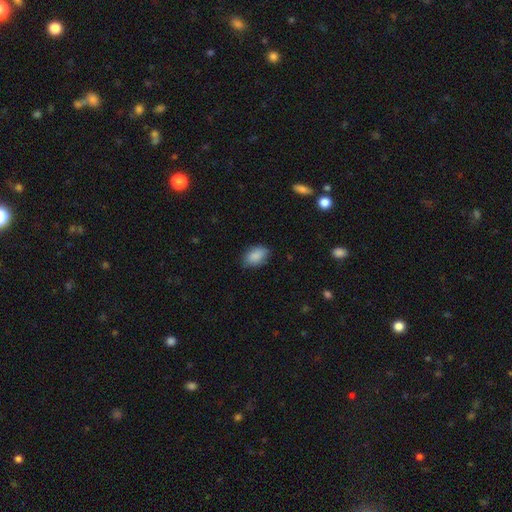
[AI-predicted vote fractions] Q: Smooth or featured?
A: smooth (89%); runner-up: star or artifact (7%)
Q: How rounded?
A: in between (90%); runner-up: round (9%)
Q: Merging?
A: none (78%); runner-up: minor disturbance (18%)